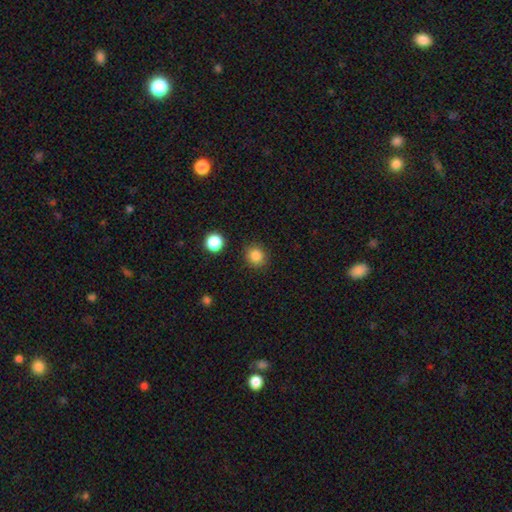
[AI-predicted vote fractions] Smooth or featured? smooth (85%)
How rounded? round (86%)
Merging? none (87%)